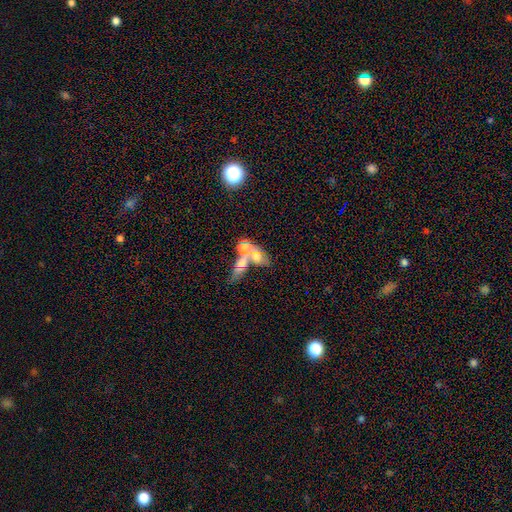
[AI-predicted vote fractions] smooth 52%, featured or disk 31%, star or artifact 17%. Down the decision tree: how rounded — in between (61%); merging — merger (58%).